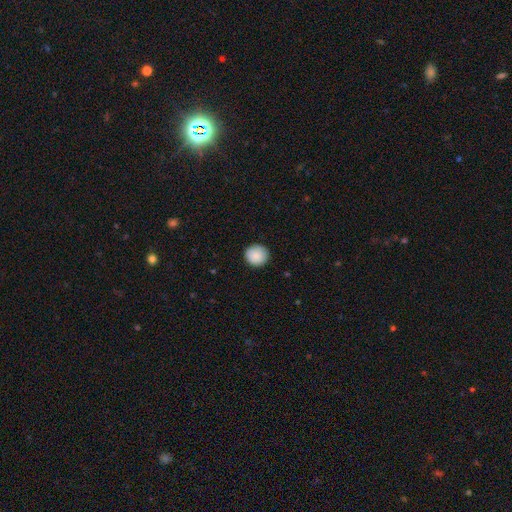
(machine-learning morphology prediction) A smooth galaxy with no disk features (89%) that is round (93%). Merging: none (90%).